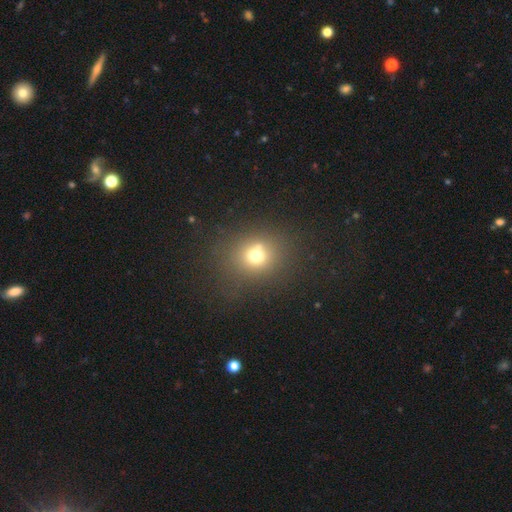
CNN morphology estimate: Q: Smooth or featured?
A: smooth (68%); runner-up: star or artifact (19%)
Q: How rounded?
A: round (75%); runner-up: in between (24%)
Q: Merging?
A: none (67%); runner-up: merger (15%)